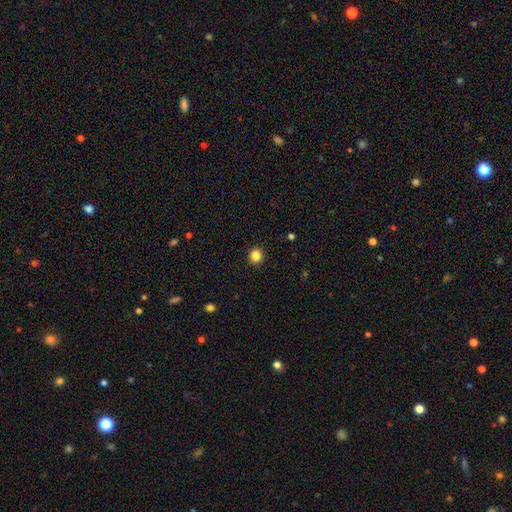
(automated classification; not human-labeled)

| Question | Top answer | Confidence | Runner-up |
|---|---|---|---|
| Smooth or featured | smooth | 85% | star or artifact (11%) |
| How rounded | round | 89% | in between (10%) |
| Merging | none | 93% | minor disturbance (5%) |